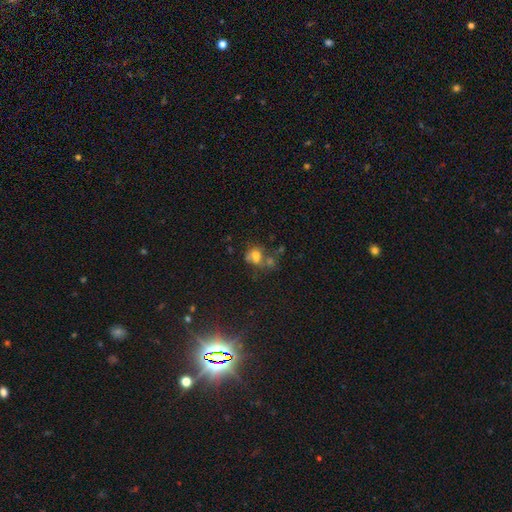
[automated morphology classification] smooth-or-featured: smooth: 62% | featured or disk: 22% | star or artifact: 16%
  how-rounded: round: 59% | in between: 40% | cigar-shaped: 1%
  merging: merger: 43% | none: 32% | minor disturbance: 14% | major disturbance: 11%